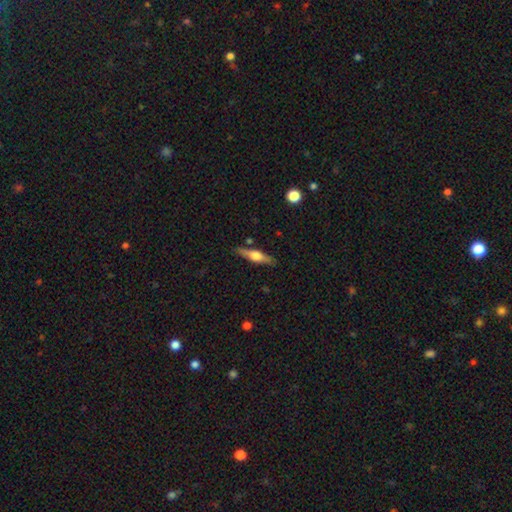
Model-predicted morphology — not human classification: smooth-or-featured: featured or disk: 57% | smooth: 37% | star or artifact: 6%
  disk-edge-on: yes: 95% | no: 5%
    edge-on-bulge: rounded: 91% | boxy: 7% | none: 3%
  merging: none: 86% | minor disturbance: 10% | merger: 2% | major disturbance: 2%